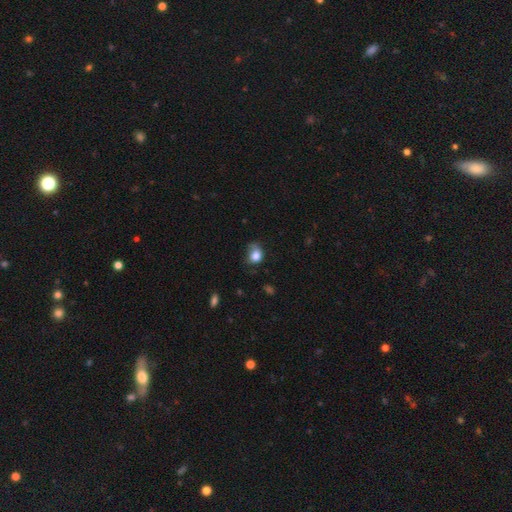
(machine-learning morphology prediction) A smooth galaxy with no disk features (79%) that is round (51%). Merging: none (39%).